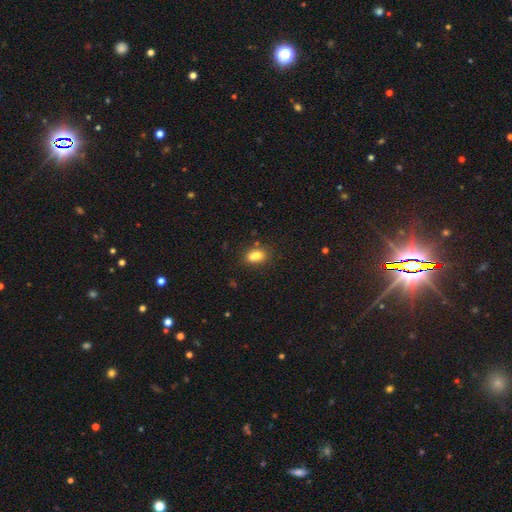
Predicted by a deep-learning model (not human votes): Morphology: type=smooth (79%); roundness=in between (79%); merging=none (53%).